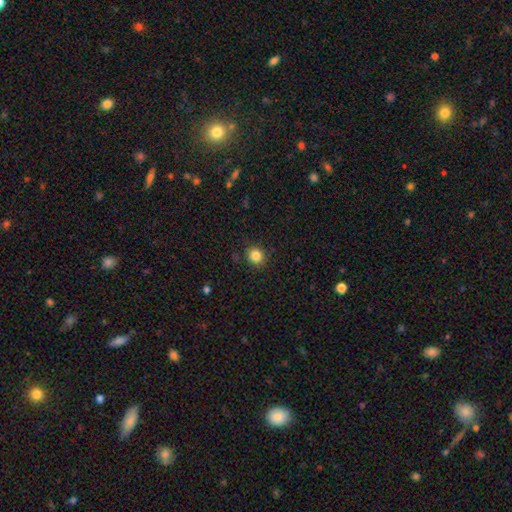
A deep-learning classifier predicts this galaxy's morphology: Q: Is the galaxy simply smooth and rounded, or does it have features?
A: smooth — 84%.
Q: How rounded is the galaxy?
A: round — 81%.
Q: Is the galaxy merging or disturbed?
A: none — 89%.